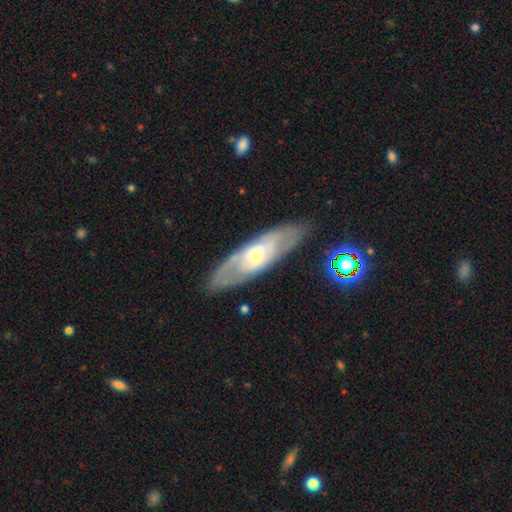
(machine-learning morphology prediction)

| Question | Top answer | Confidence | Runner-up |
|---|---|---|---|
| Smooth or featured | featured or disk | 72% | smooth (22%) |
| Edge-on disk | no | 76% | yes (24%) |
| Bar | no | 71% | weak (23%) |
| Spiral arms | yes | 66% | no (34%) |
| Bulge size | small | 52% | moderate (43%) |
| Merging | none | 82% | minor disturbance (12%) |